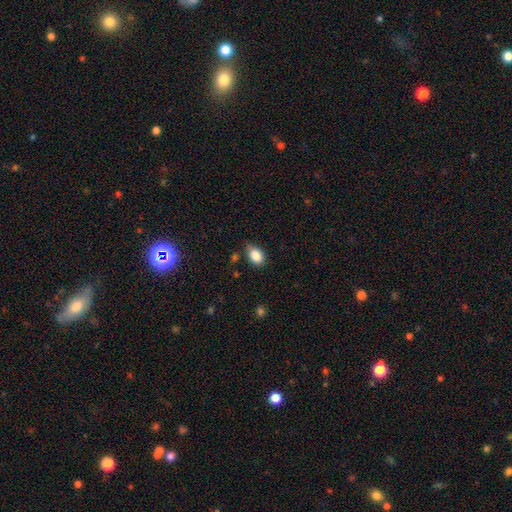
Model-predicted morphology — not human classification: Smooth or featured? smooth (86%)
How rounded? in between (81%)
Merging? none (70%)